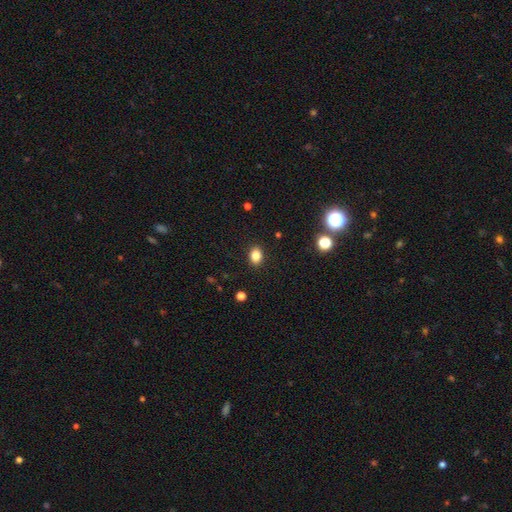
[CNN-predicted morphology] This is clearly a smooth galaxy (83%). How rounded: likely in between (67%). Merging: clearly none (89%).